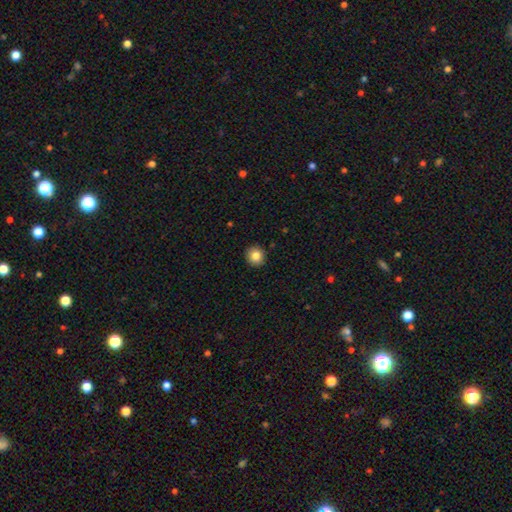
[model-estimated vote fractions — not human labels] Smooth or featured? smooth (83%)
How rounded? round (89%)
Merging? none (91%)